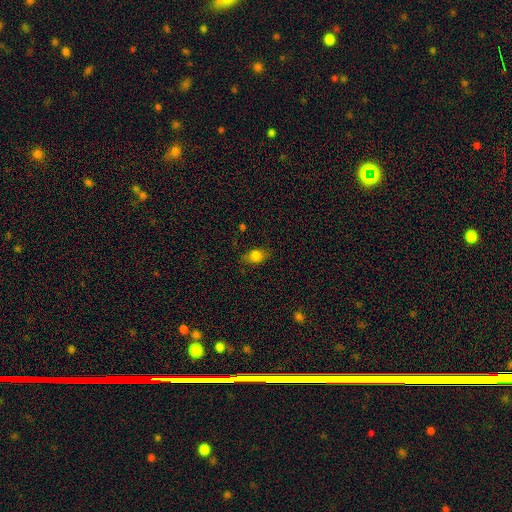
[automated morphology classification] A smooth galaxy with no disk features (79%) that is in between round and cigar-shaped (71%). Merging: none (76%).